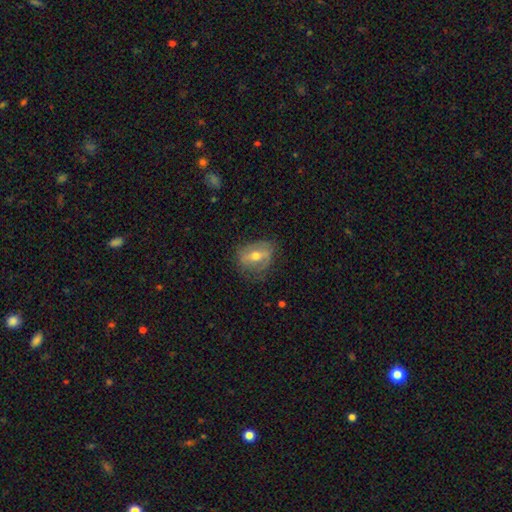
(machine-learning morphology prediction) A featured or disk galaxy (59%) with a strong bar (48%), no spiral arms (52%) and a moderate central bulge (67%).

Vote fractions:
- Smooth or featured? featured or disk: 59% / smooth: 33% / star or artifact: 8%
- Edge-on disk? no: 89% / yes: 11%
- Bar? strong: 48% / weak: 33% / no: 19%
- Spiral arms? no: 52% / yes: 48%
- Bulge size? moderate: 67% / small: 27% / large: 4% / none: 1% / dominant: 1%
- Merging? none: 67% / minor disturbance: 22% / major disturbance: 9% / merger: 1%